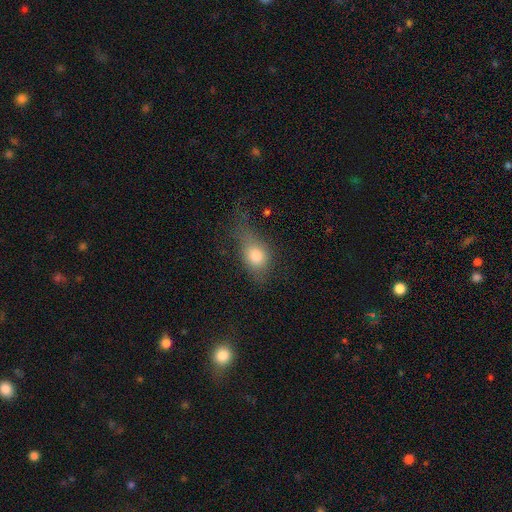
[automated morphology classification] A smooth galaxy with no disk features (76%) that is in between round and cigar-shaped (66%). Merging: none (36%).